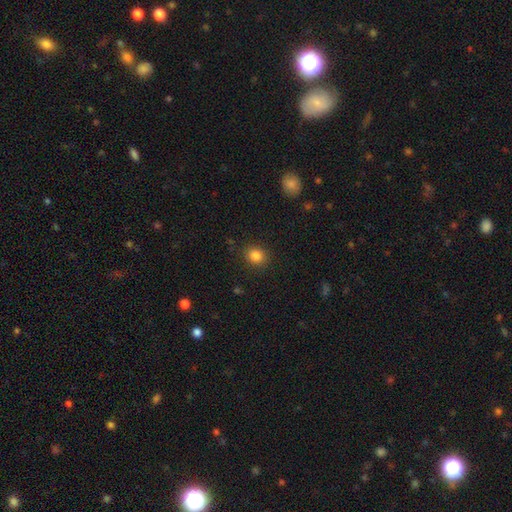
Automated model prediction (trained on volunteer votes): The model was most divided on "how rounded": round: 73%, in between: 27%, cigar-shaped: 1%. More confident: merging — none (89%); smooth or featured — smooth (84%).